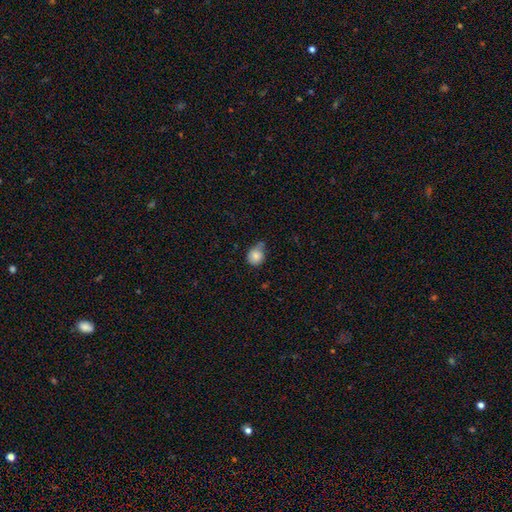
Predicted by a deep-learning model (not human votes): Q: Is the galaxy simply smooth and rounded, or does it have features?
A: smooth — 82%.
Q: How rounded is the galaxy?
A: round — 72%.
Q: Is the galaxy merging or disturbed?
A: none — 44%.